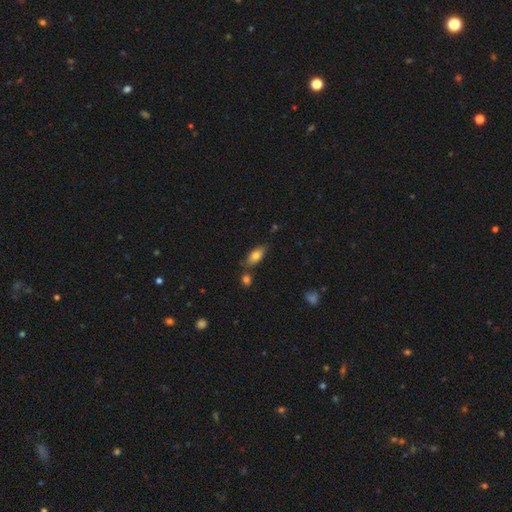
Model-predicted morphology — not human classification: smooth 76%, featured or disk 16%, star or artifact 8%. Down the decision tree: how rounded — in between (83%); merging — none (70%).